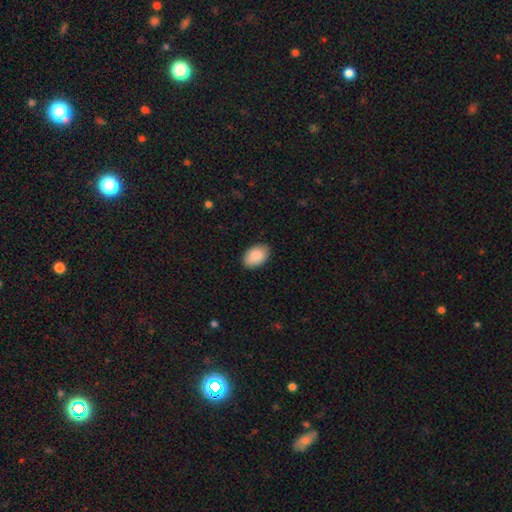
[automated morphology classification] Q: Smooth or featured?
A: smooth (88%); runner-up: star or artifact (6%)
Q: How rounded?
A: in between (91%); runner-up: round (8%)
Q: Merging?
A: none (87%); runner-up: minor disturbance (10%)